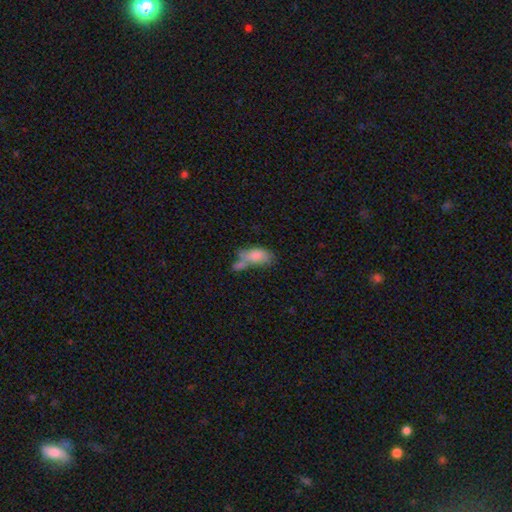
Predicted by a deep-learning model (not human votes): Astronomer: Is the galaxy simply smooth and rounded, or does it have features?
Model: smooth — 78%.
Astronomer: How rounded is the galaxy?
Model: in between — 89%.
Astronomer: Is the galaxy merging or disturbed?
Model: merger — 45% (runner-up: none, 28%).